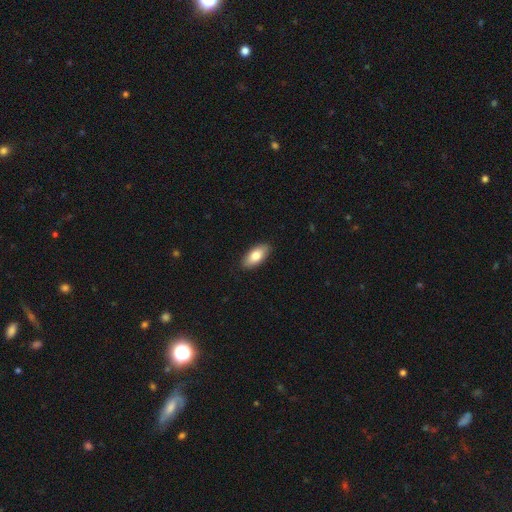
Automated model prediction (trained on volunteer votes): This is likely a smooth galaxy (80%). How rounded: clearly in between (90%). Merging: clearly none (89%).